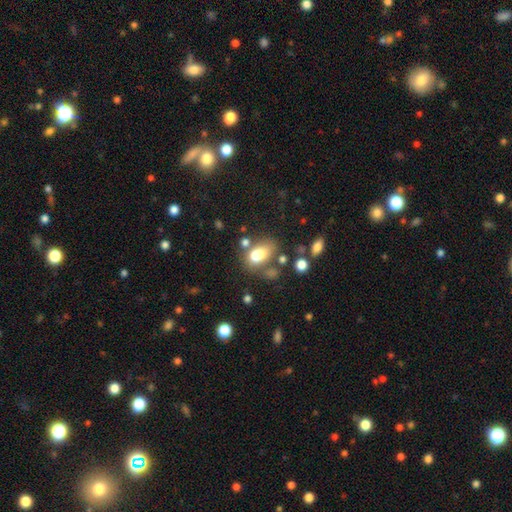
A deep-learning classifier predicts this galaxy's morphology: Smooth or featured? smooth (72%)
How rounded? in between (79%)
Merging? none (41%)